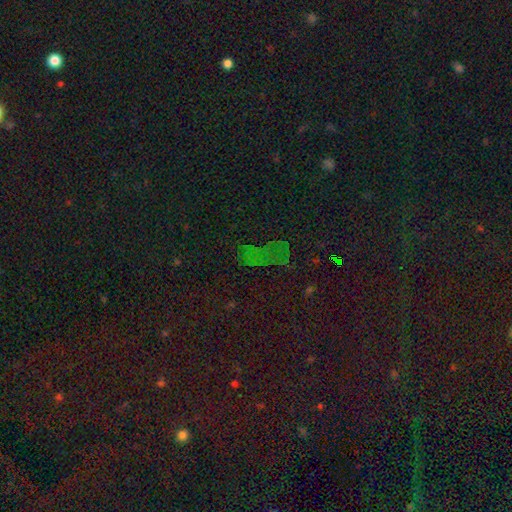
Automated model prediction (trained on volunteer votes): Smooth or featured? star or artifact (73%)